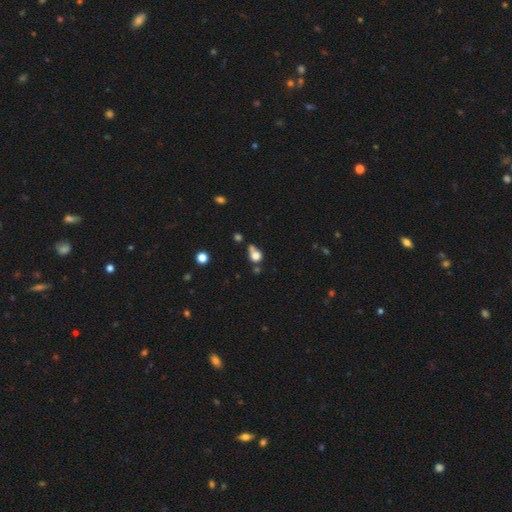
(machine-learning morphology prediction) type=smooth (74%); roundness=round (74%); merging=none (39%).